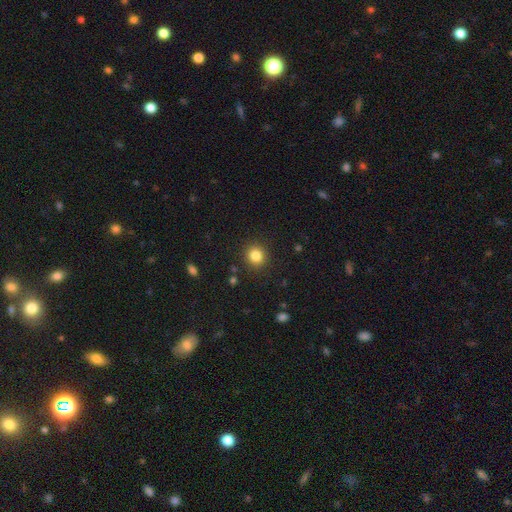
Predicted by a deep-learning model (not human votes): A smooth galaxy with no disk features (83%) that is round (88%). Merging: none (90%).